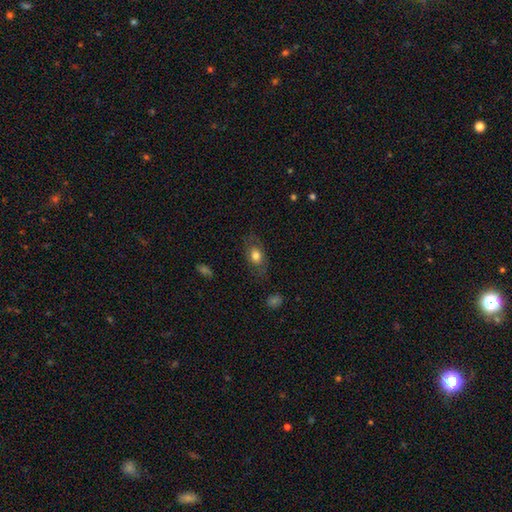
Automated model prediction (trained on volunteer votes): Q: Smooth or featured?
A: smooth (70%); runner-up: featured or disk (21%)
Q: How rounded?
A: in between (77%); runner-up: round (21%)
Q: Merging?
A: none (74%); runner-up: minor disturbance (17%)